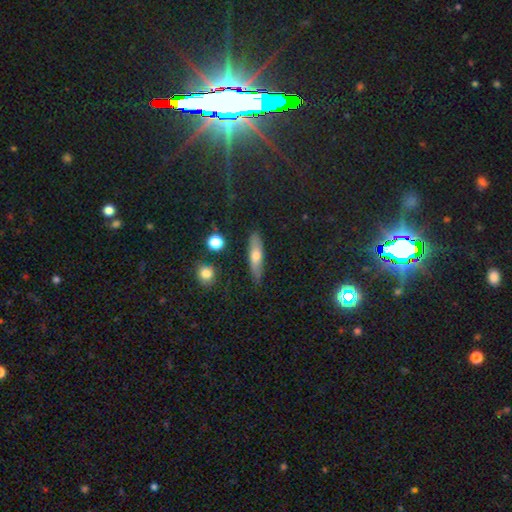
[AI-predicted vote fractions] Smooth or featured? smooth (62%)
How rounded? cigar-shaped (64%)
Merging? none (81%)